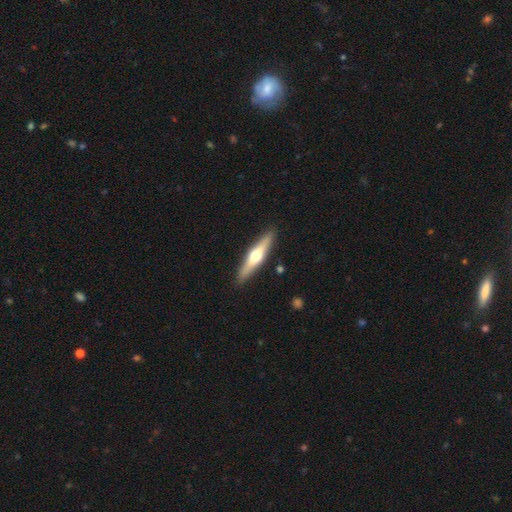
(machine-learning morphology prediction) This appears to be a featured or disk galaxy (59%) viewed edge-on (96%) with a rounded central bulge (92%). Merging: none (90%).